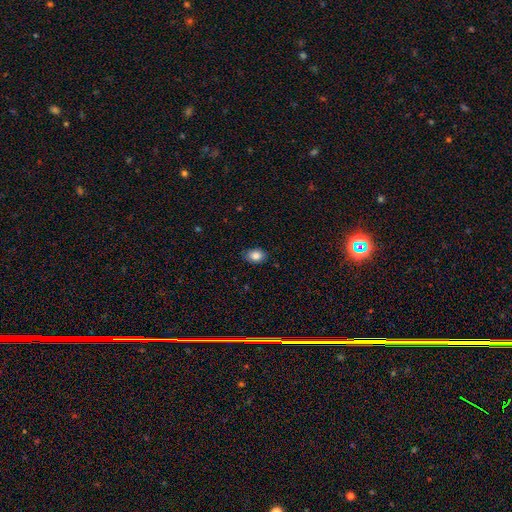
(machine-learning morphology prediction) A smooth galaxy with no disk features (86%) that is in between round and cigar-shaped (65%). Merging: none (84%).